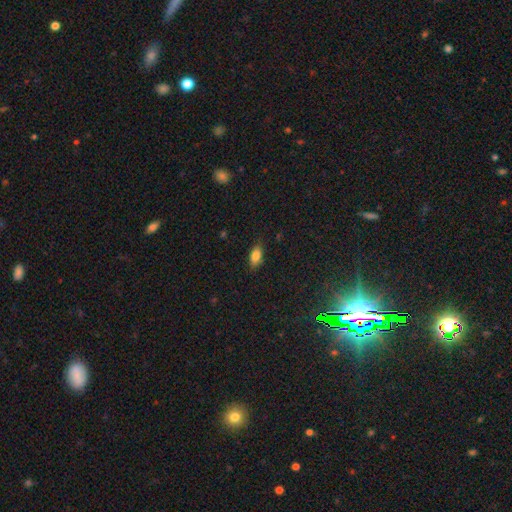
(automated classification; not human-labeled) smooth-or-featured: smooth: 82% | featured or disk: 9% | star or artifact: 9%
  how-rounded: in between: 87% | cigar-shaped: 8% | round: 5%
  merging: none: 82% | minor disturbance: 14% | major disturbance: 3% | merger: 1%